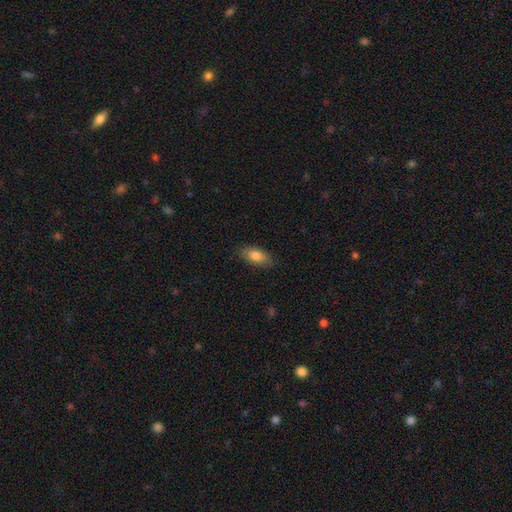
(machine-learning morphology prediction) The model was most divided on "smooth or featured": smooth: 81%, featured or disk: 12%, star or artifact: 7%. More confident: how rounded — in between (87%); merging — none (86%).